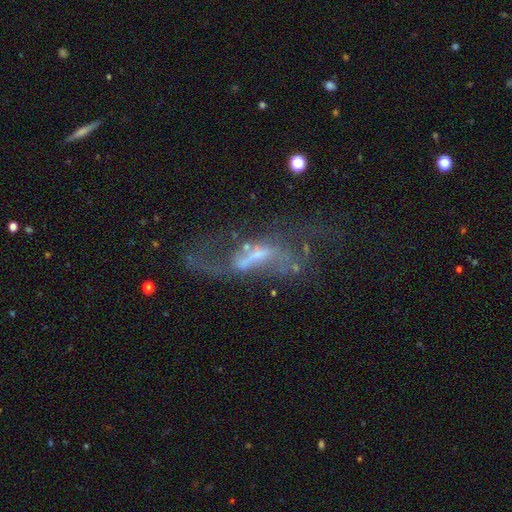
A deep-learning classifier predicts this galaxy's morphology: Smooth or featured: featured or disk — 71% (smooth — 17%)
Edge-on disk: no — 87% (yes — 13%)
Bar: weak — 36% (no — 32%)
Spiral arms: yes — 60% (no — 40%)
Bulge size: small — 37% (none — 32%)
Merging: major disturbance — 41% (none — 30%)